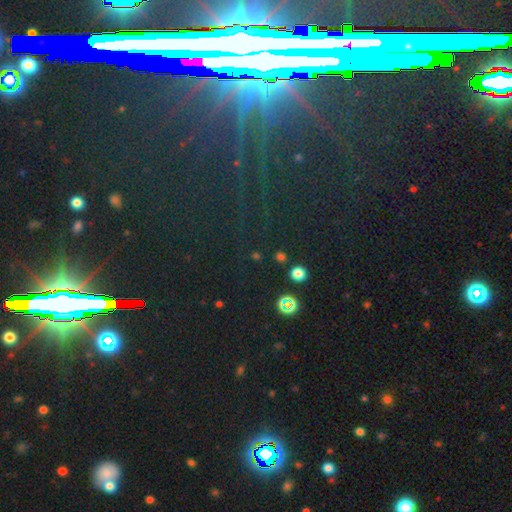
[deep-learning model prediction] This is possibly a star or artifact rather than a galaxy (60%).